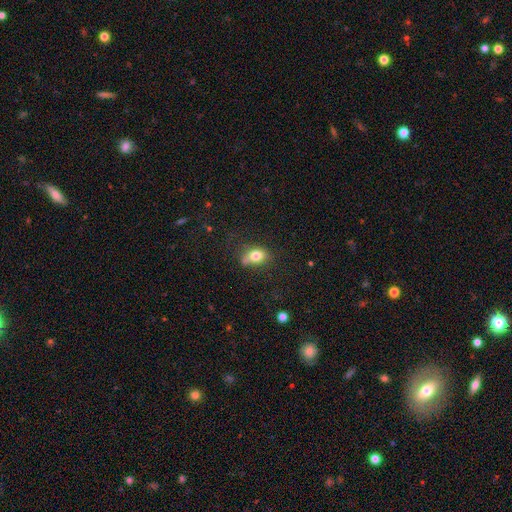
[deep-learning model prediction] Q: Smooth or featured?
A: smooth (78%); runner-up: featured or disk (12%)
Q: How rounded?
A: in between (66%); runner-up: round (32%)
Q: Merging?
A: none (54%); runner-up: minor disturbance (23%)